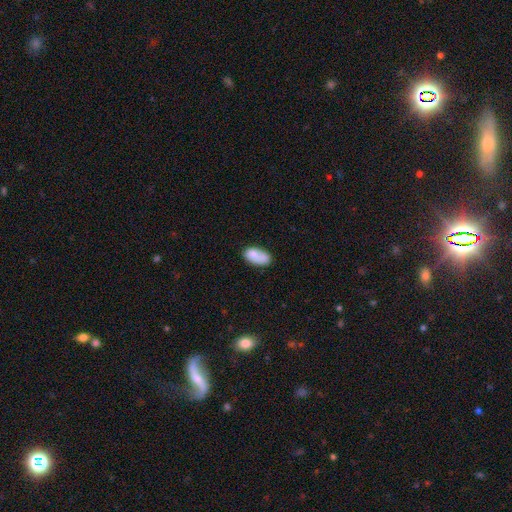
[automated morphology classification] smooth 78%, featured or disk 15%, star or artifact 7%. Down the decision tree: how rounded — in between (92%); merging — none (55%).